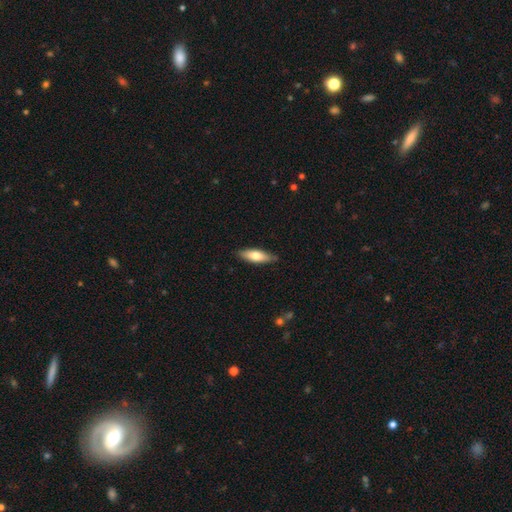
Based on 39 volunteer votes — This appears to be a smooth galaxy with no disk features (74%) that is in between round and cigar-shaped (52%). Merging: none (78%).